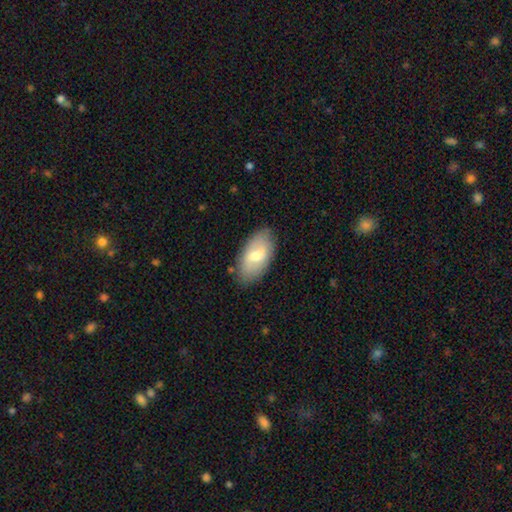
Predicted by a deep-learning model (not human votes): smooth-or-featured: smooth: 60% | featured or disk: 34% | star or artifact: 6%
  how-rounded: in between: 93% | cigar-shaped: 4% | round: 3%
  merging: none: 82% | minor disturbance: 14% | major disturbance: 3% | merger: 1%